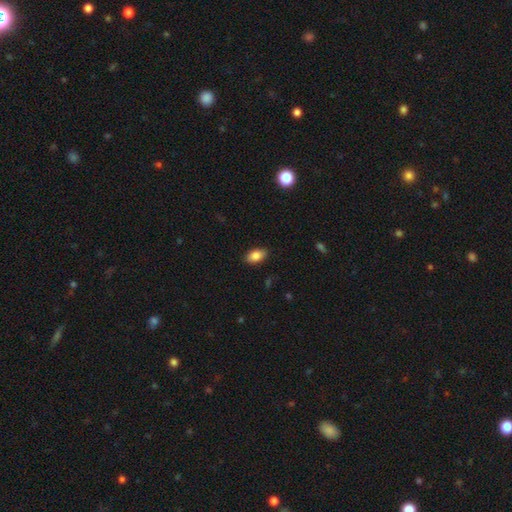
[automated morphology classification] smooth-or-featured: smooth: 85% | star or artifact: 8% | featured or disk: 7%
  how-rounded: in between: 92% | round: 5% | cigar-shaped: 3%
  merging: none: 88% | minor disturbance: 9% | major disturbance: 2% | merger: 1%